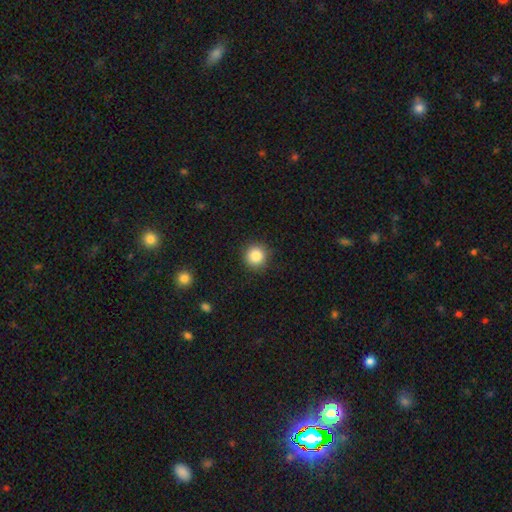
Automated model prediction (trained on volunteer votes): Morphology: type=smooth (86%); roundness=round (94%); merging=none (89%).